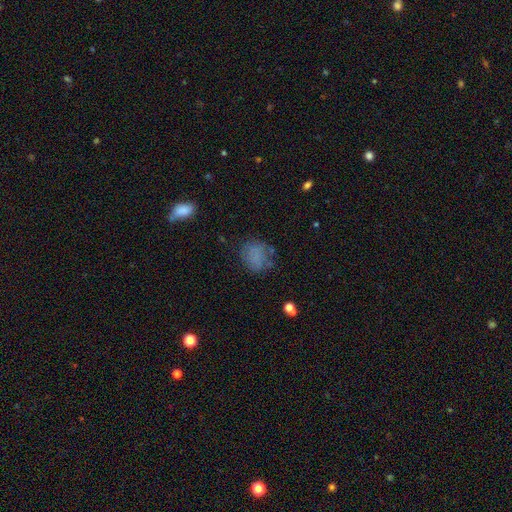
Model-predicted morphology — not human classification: smooth 68%, featured or disk 18%, star or artifact 15%. Down the decision tree: how rounded — round (56%); merging — none (60%).